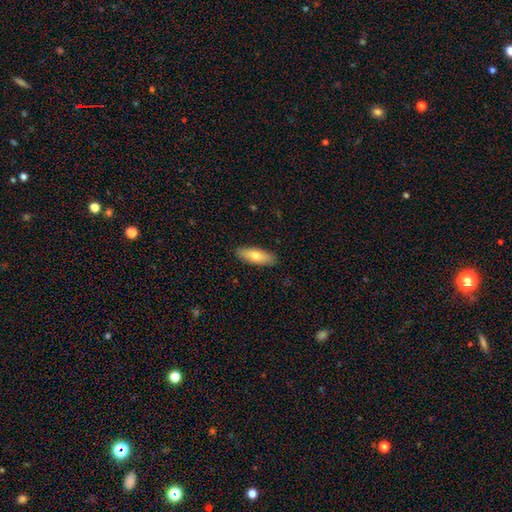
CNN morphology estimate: The model was most divided on "how rounded": in between: 60%, cigar-shaped: 37%, round: 2%. More confident: merging — none (90%); smooth or featured — smooth (72%).